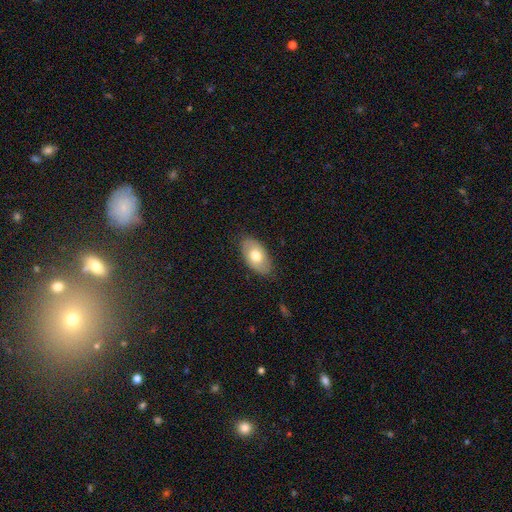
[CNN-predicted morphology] Smooth or featured?
  - smooth: 69% *
  - featured or disk: 25%
  - star or artifact: 6%
How rounded?
  - in between: 94% *
  - round: 5%
  - cigar-shaped: 2%
Merging?
  - none: 80% *
  - minor disturbance: 16%
  - major disturbance: 3%
  - merger: 1%